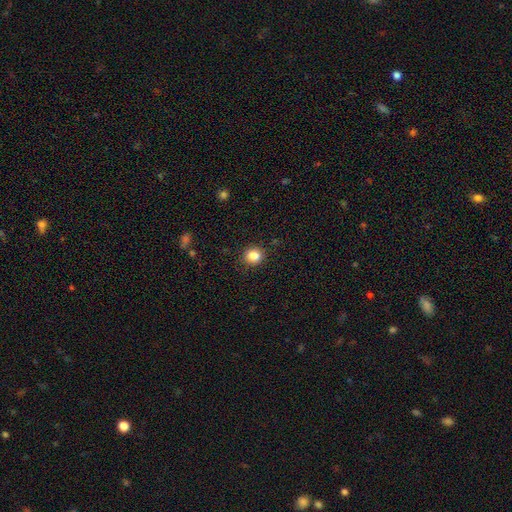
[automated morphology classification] smooth-or-featured: smooth: 85% | star or artifact: 11% | featured or disk: 4%
  how-rounded: round: 77% | in between: 22% | cigar-shaped: 1%
  merging: none: 87% | minor disturbance: 9% | major disturbance: 3% | merger: 1%